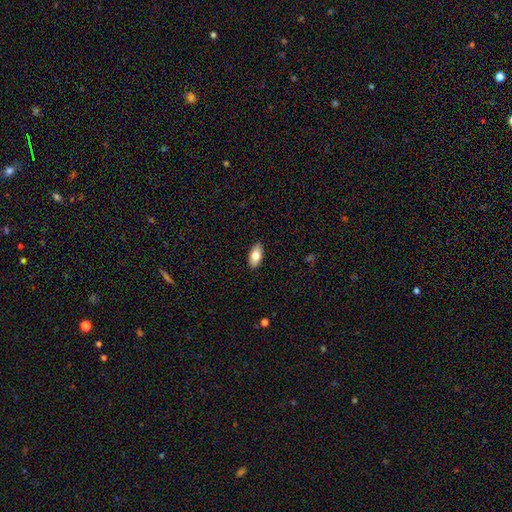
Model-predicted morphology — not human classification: smooth 80%, featured or disk 13%, star or artifact 7%. Down the decision tree: how rounded — in between (92%); merging — none (89%).